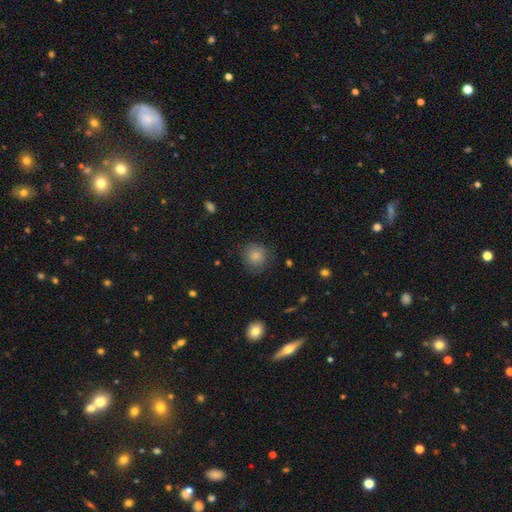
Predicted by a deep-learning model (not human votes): This appears to be a smooth galaxy with no disk features (83%) that is round (88%). Merging: none (77%).